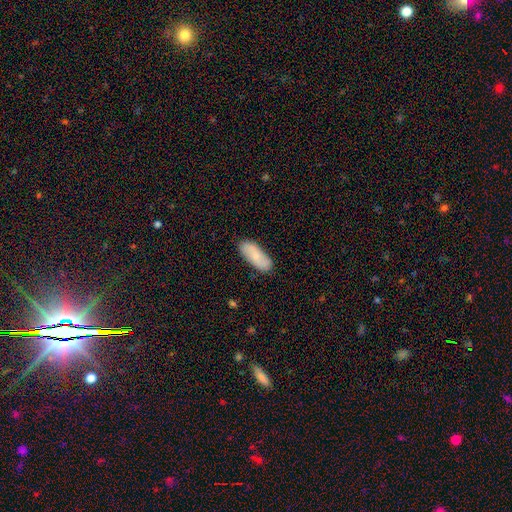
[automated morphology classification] This appears to be a smooth galaxy with no disk features (72%) that is in between round and cigar-shaped (77%). Merging: none (84%).